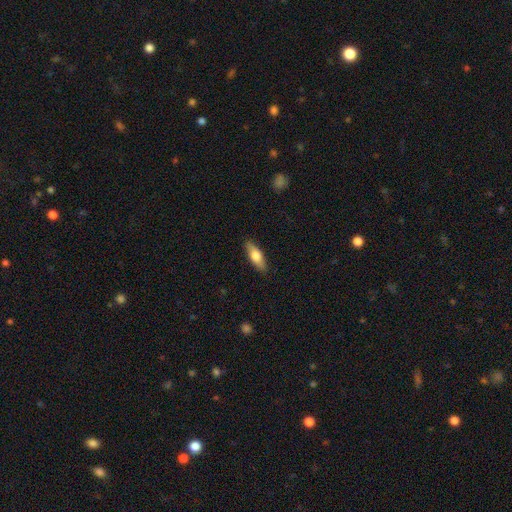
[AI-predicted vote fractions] Smooth or featured? smooth (67%)
How rounded? in between (57%)
Merging? none (88%)